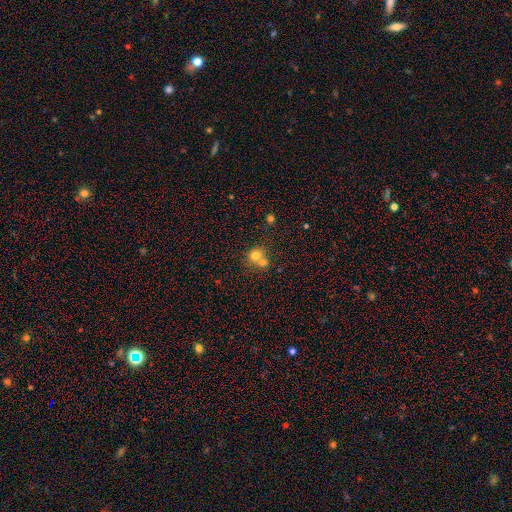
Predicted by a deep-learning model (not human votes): smooth 74%, star or artifact 13%, featured or disk 13%. Down the decision tree: how rounded — round (80%); merging — merger (54%).